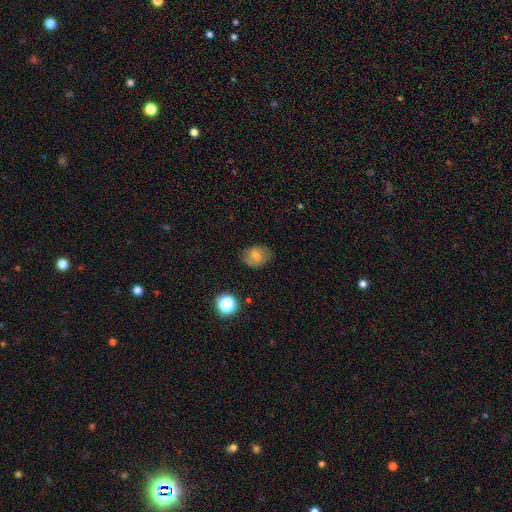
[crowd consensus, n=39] smooth-or-featured: smooth: 79% | featured or disk: 10% | star or artifact: 10%
  how-rounded: in between: 65% | round: 35% | cigar-shaped: 0%
  merging: none: 80% | minor disturbance: 14% | major disturbance: 6% | merger: 0%